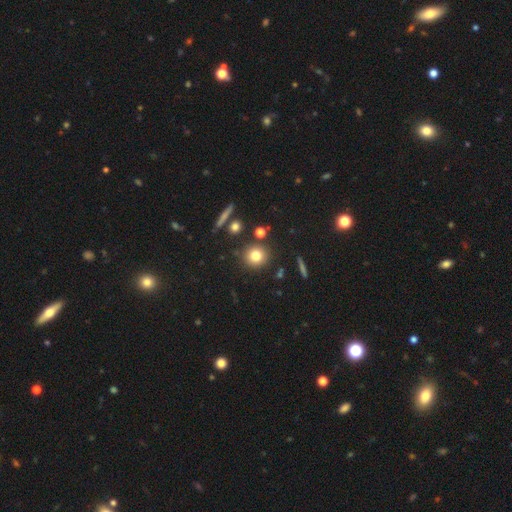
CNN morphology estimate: This appears to be a smooth galaxy with no disk features (78%) that is round (90%). Merging: none (85%).